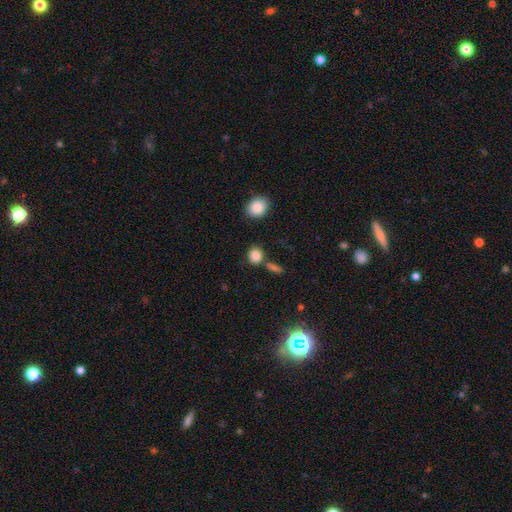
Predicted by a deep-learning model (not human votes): Morphology: type=smooth (86%); roundness=round (67%); merging=none (68%).